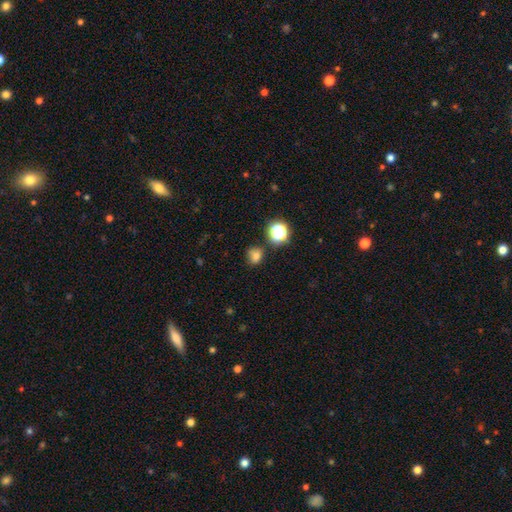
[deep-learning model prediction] Smooth or featured: smooth — 74% (star or artifact — 19%)
How rounded: round — 75% (in between — 24%)
Merging: none — 77% (minor disturbance — 14%)